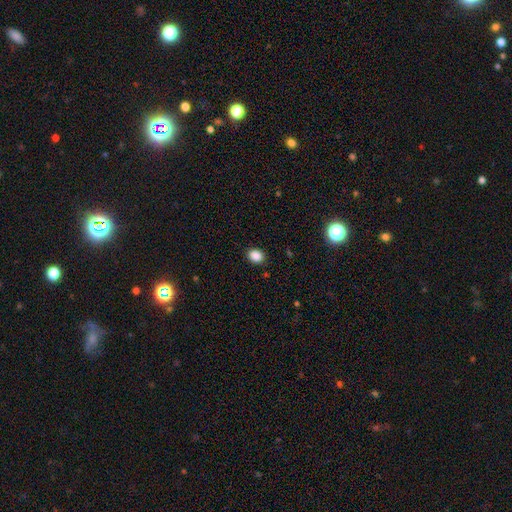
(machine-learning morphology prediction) This appears to be a smooth galaxy with no disk features (87%) that is in between round and cigar-shaped (53%). Merging: none (89%).